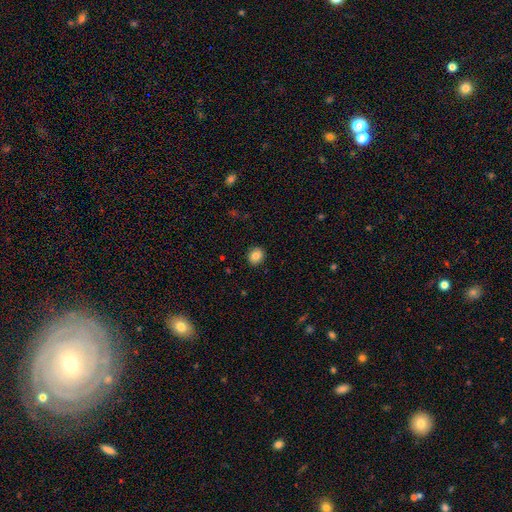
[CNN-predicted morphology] Smooth or featured? smooth (85%)
How rounded? round (73%)
Merging? none (91%)